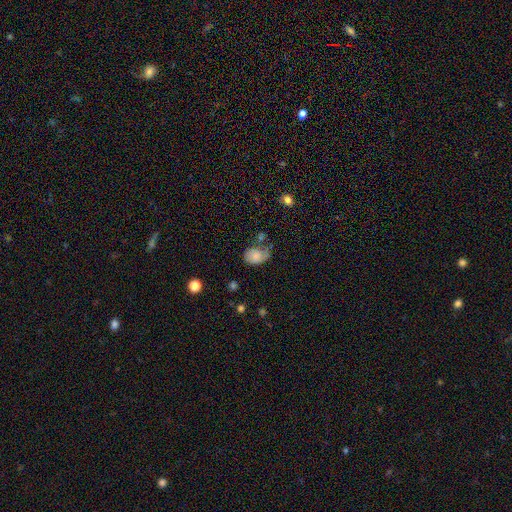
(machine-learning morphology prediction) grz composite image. It shows a smooth galaxy with no disk features (63%) that is in between round and cigar-shaped (76%). Merging: none (39%).